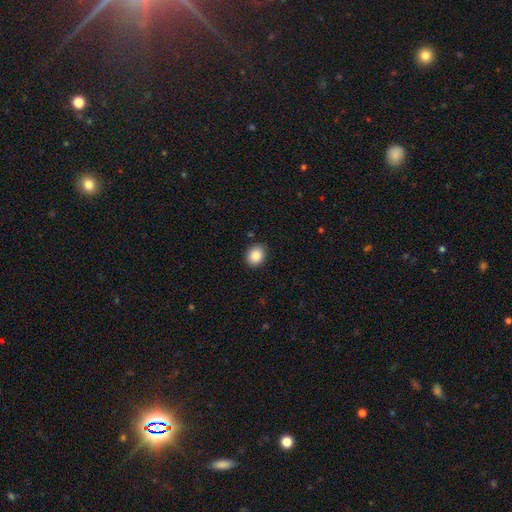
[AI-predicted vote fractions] Smooth or featured?
  - smooth: 87% *
  - star or artifact: 8%
  - featured or disk: 4%
How rounded?
  - round: 55% *
  - in between: 45%
  - cigar-shaped: 1%
Merging?
  - none: 89% *
  - minor disturbance: 8%
  - major disturbance: 2%
  - merger: 1%